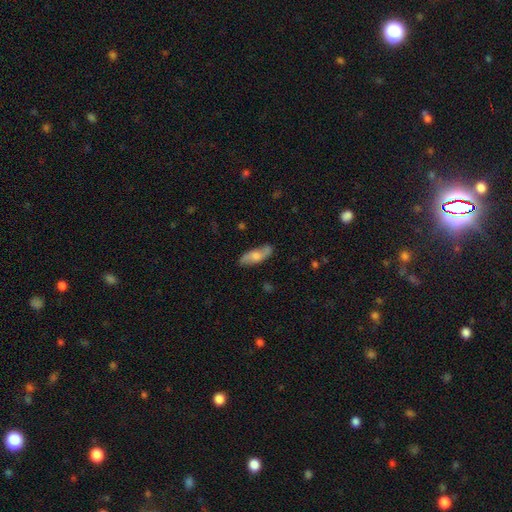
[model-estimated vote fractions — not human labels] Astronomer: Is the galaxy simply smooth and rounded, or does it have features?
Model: smooth — 53% (runner-up: featured or disk, 41%).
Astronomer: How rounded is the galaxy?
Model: in between — 62%.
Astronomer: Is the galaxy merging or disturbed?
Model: none — 78%.